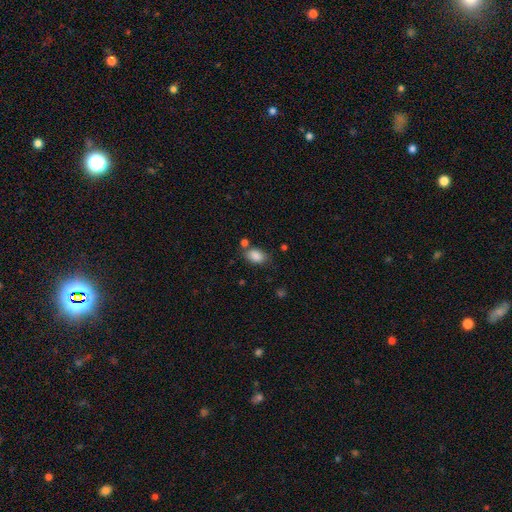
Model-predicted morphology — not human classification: The model was most divided on "merging": none: 70%, minor disturbance: 15%, merger: 10%, major disturbance: 5%. More confident: smooth or featured — smooth (86%); how rounded — in between (86%).